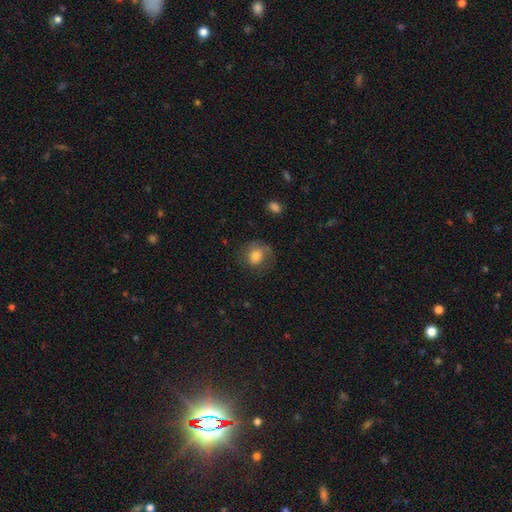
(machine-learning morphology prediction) Smooth or featured? smooth (69%)
How rounded? round (76%)
Merging? none (59%)